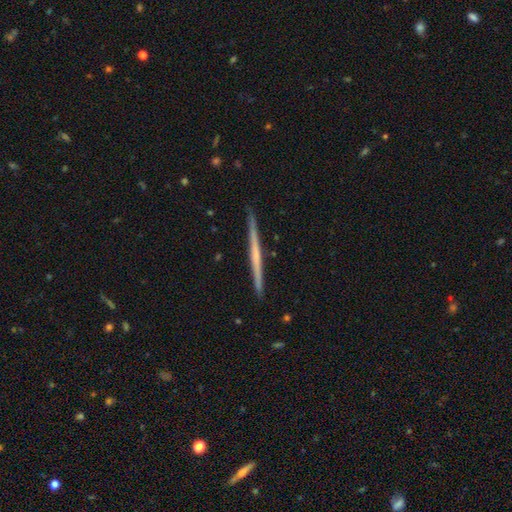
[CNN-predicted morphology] A featured or disk galaxy (63%) viewed edge-on (98%) with no central bulge (78%).

Vote fractions:
- Smooth or featured? featured or disk: 63% / smooth: 32% / star or artifact: 5%
- Edge-on disk? yes: 98% / no: 2%
- Edge-on bulge? none: 78% / rounded: 16% / boxy: 6%
- Merging? none: 91% / minor disturbance: 6% / major disturbance: 1% / merger: 1%